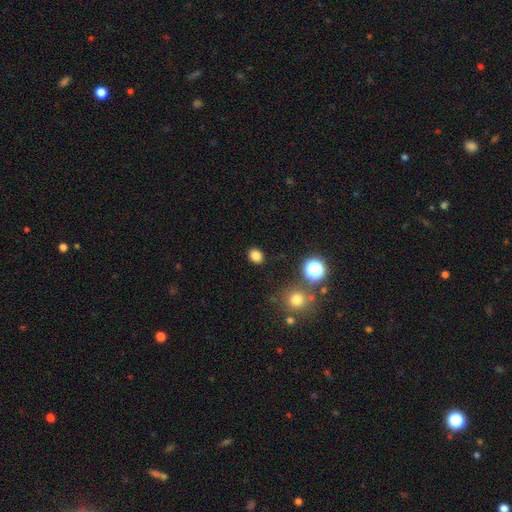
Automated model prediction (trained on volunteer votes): Q: Smooth or featured?
A: smooth (81%); runner-up: star or artifact (15%)
Q: How rounded?
A: in between (55%); runner-up: round (44%)
Q: Merging?
A: none (87%); runner-up: minor disturbance (8%)